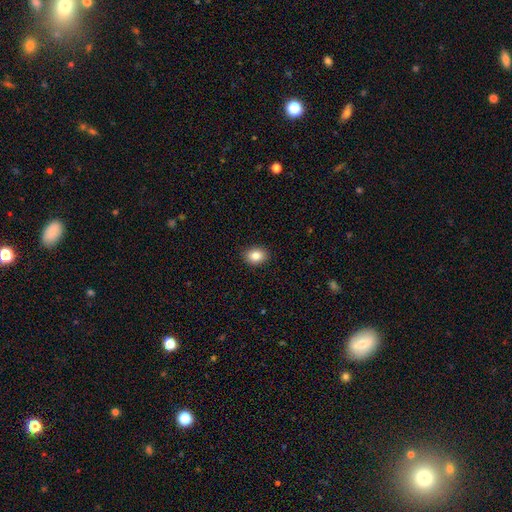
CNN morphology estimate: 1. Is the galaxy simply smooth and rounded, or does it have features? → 84% smooth, 9% star or artifact, 6% featured or disk.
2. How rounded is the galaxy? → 60% in between, 39% round, 1% cigar-shaped.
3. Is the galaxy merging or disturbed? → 90% none, 7% minor disturbance, 2% major disturbance, 1% merger.